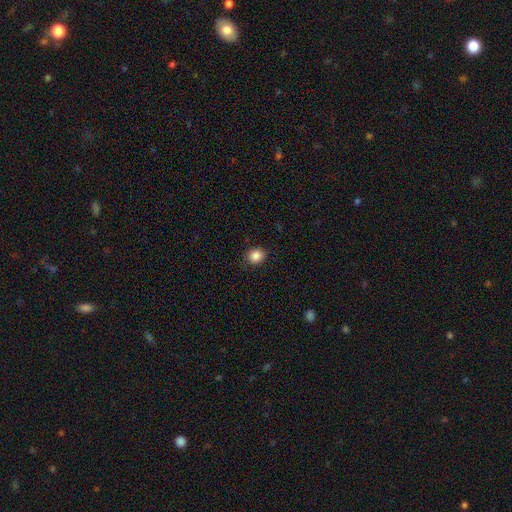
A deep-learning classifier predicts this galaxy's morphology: Smooth or featured: smooth — 86% (star or artifact — 10%)
How rounded: round — 73% (in between — 26%)
Merging: none — 86% (minor disturbance — 11%)